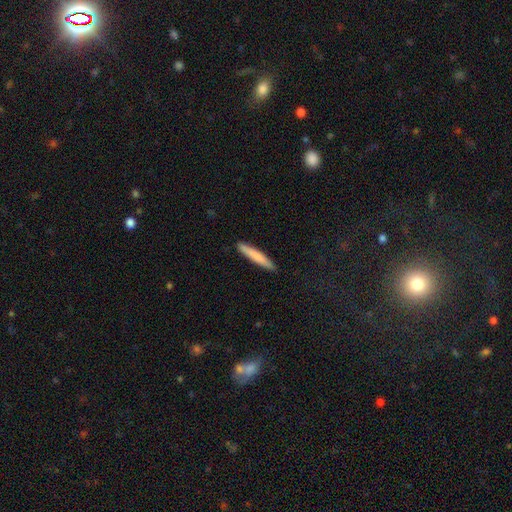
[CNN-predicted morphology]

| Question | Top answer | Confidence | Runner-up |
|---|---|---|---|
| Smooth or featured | smooth | 79% | featured or disk (16%) |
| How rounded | cigar-shaped | 95% | in between (4%) |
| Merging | none | 91% | minor disturbance (7%) |